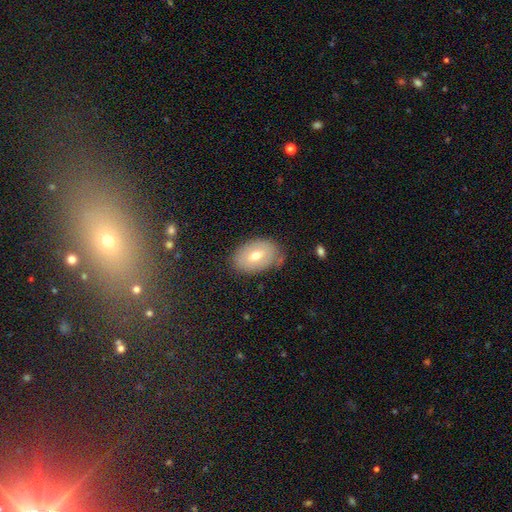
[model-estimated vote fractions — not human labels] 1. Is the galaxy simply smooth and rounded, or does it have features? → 59% smooth, 33% featured or disk, 8% star or artifact.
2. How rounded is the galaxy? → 85% in between, 14% round, 1% cigar-shaped.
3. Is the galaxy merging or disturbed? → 74% none, 19% minor disturbance, 5% major disturbance, 2% merger.